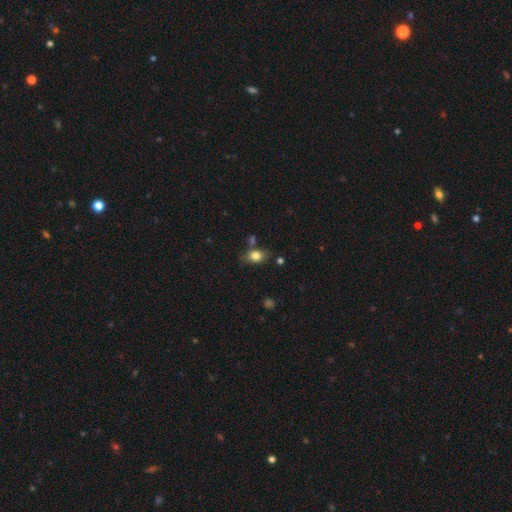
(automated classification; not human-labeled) smooth_or_featured: smooth (p=0.78) [alt: featured or disk p=0.12]
how_rounded: in between (p=0.72) [alt: round p=0.25]
merging: none (p=0.69) [alt: minor disturbance p=0.18]